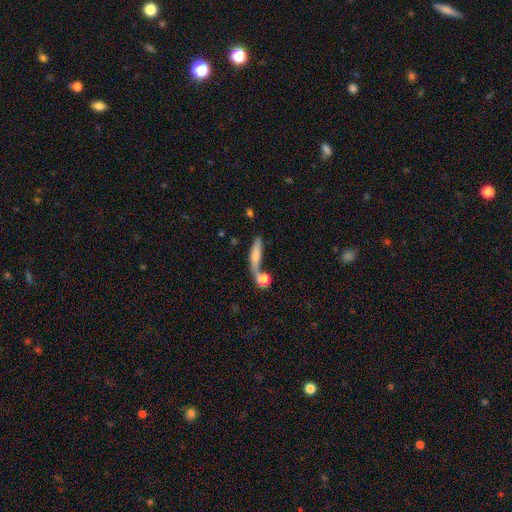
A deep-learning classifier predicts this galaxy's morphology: type=smooth (62%); roundness=cigar-shaped (62%); merging=merger (40%).